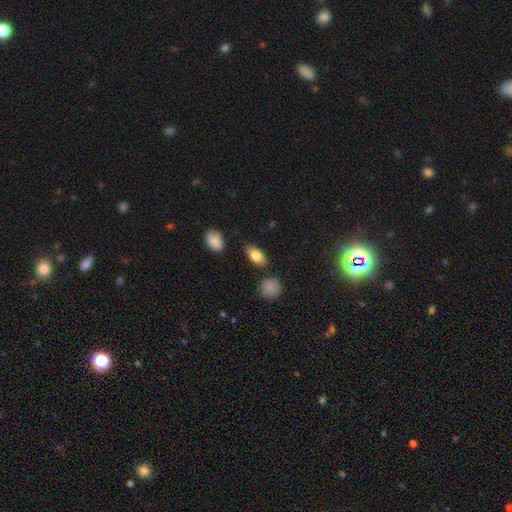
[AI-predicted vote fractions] Q: Smooth or featured?
A: smooth (82%); runner-up: featured or disk (10%)
Q: How rounded?
A: in between (89%); runner-up: round (7%)
Q: Merging?
A: none (84%); runner-up: minor disturbance (11%)